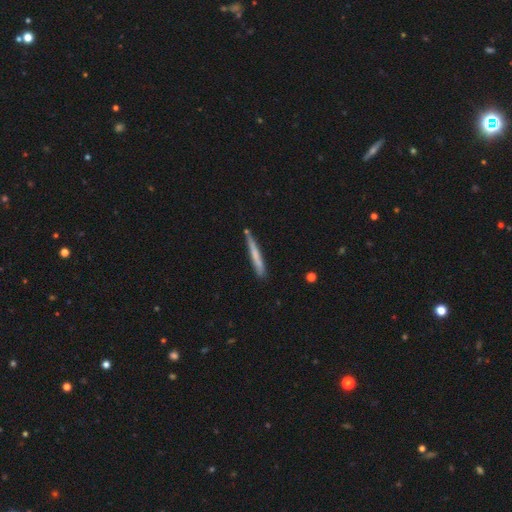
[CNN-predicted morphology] A smooth galaxy with no disk features (61%) that is cigar-shaped (96%).

Vote fractions:
- Smooth or featured? smooth: 61% / featured or disk: 33% / star or artifact: 6%
- How rounded? cigar-shaped: 96% / in between: 2% / round: 1%
- Merging? none: 79% / minor disturbance: 15% / merger: 4% / major disturbance: 3%